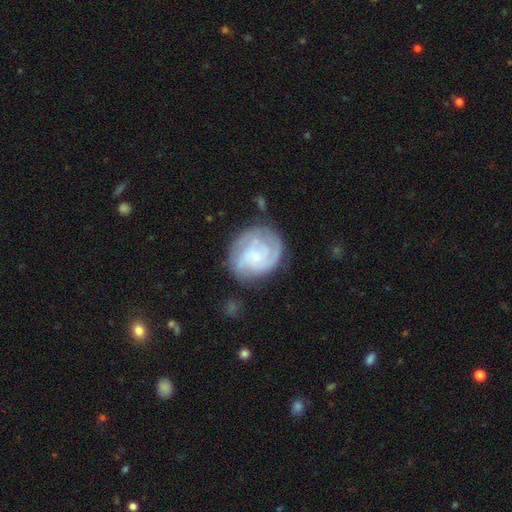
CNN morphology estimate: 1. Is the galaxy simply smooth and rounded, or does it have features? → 81% featured or disk, 13% smooth, 5% star or artifact.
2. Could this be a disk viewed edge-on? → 98% no, 2% yes.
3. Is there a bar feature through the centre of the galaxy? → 71% no, 25% weak, 4% strong.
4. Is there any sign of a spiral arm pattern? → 96% yes, 4% no.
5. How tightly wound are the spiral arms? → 61% tight, 32% medium, 7% loose.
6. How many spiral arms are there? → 38% 3, 22% can't tell, 21% 2, 10% 4, 5% 1, 5% more than 4.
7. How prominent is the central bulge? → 74% small, 16% moderate, 7% none, 2% large, 1% dominant.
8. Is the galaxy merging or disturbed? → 70% none, 19% minor disturbance, 8% major disturbance, 2% merger.